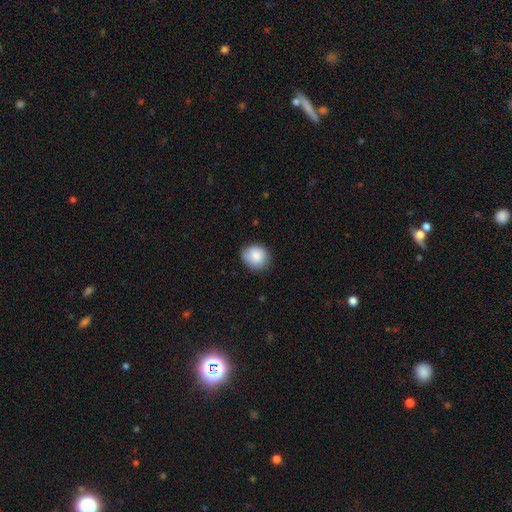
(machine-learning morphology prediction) A smooth galaxy with no disk features (84%) that is round (74%).

Vote fractions:
- Smooth or featured? smooth: 84% / featured or disk: 8% / star or artifact: 7%
- How rounded? round: 74% / in between: 25% / cigar-shaped: 1%
- Merging? none: 79% / minor disturbance: 17% / major disturbance: 3% / merger: 1%